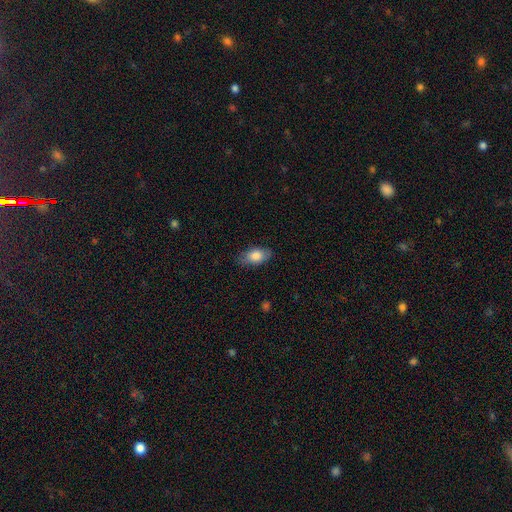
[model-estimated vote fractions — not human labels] A smooth galaxy with no disk features (81%) that is in between round and cigar-shaped (90%).

Vote fractions:
- Smooth or featured? smooth: 81% / featured or disk: 13% / star or artifact: 7%
- How rounded? in between: 90% / round: 5% / cigar-shaped: 5%
- Merging? none: 80% / minor disturbance: 15% / major disturbance: 3% / merger: 1%